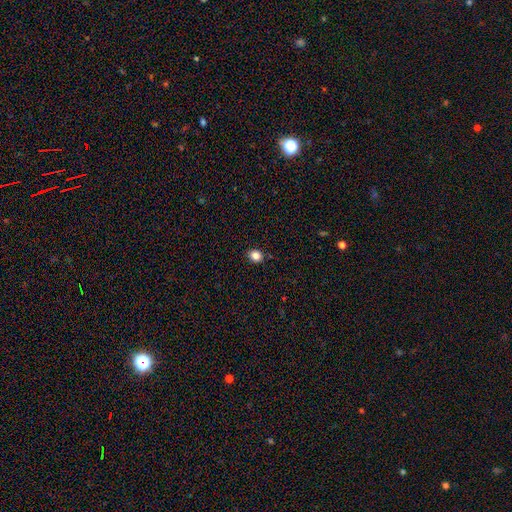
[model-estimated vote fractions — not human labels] Smooth or featured: smooth — 83% (star or artifact — 12%)
How rounded: round — 62% (in between — 37%)
Merging: none — 89% (minor disturbance — 8%)